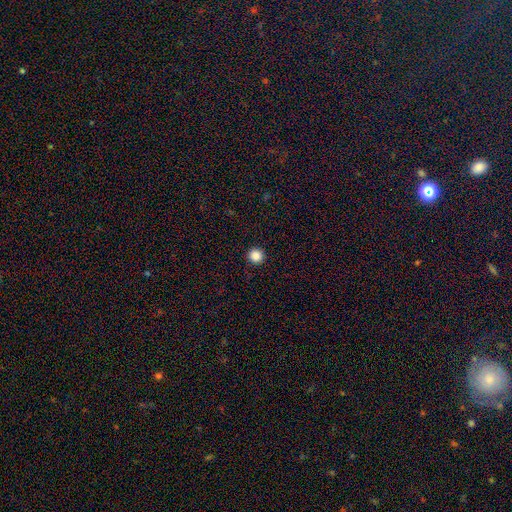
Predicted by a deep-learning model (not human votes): A smooth galaxy with no disk features (86%) that is round (96%).

Vote fractions:
- Smooth or featured? smooth: 86% / star or artifact: 11% / featured or disk: 3%
- How rounded? round: 96% / in between: 3% / cigar-shaped: 1%
- Merging? none: 93% / minor disturbance: 4% / major disturbance: 1% / merger: 1%